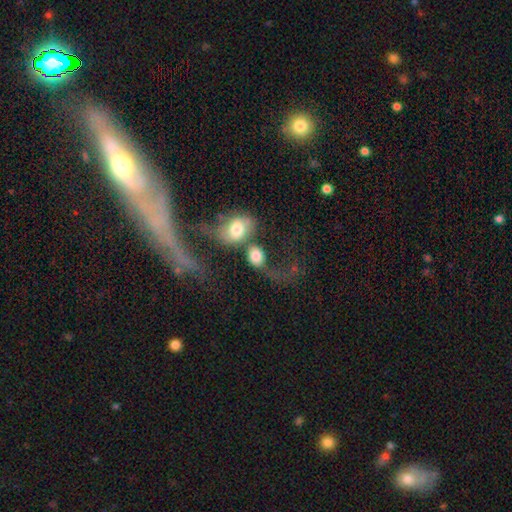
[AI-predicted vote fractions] Smooth or featured?
  - smooth: 65% *
  - featured or disk: 26%
  - star or artifact: 9%
How rounded?
  - in between: 49% * (tied)
  - round: 49% * (tied)
  - cigar-shaped: 2%
Merging?
  - merger: 59% *
  - major disturbance: 21%
  - none: 13%
  - minor disturbance: 7%